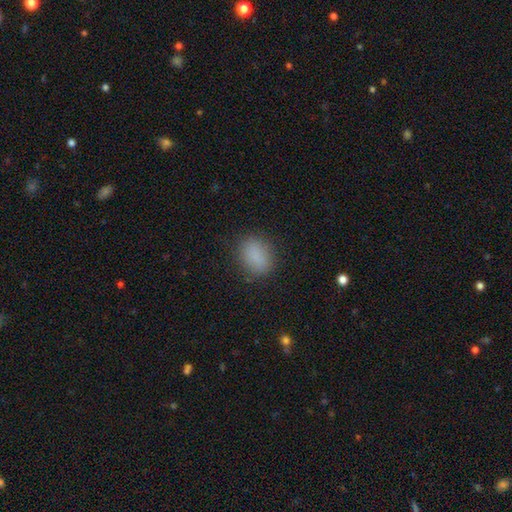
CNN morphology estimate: The model was most divided on "how rounded": in between: 65%, round: 33%, cigar-shaped: 2%. More confident: smooth or featured — smooth (85%); merging — none (83%).